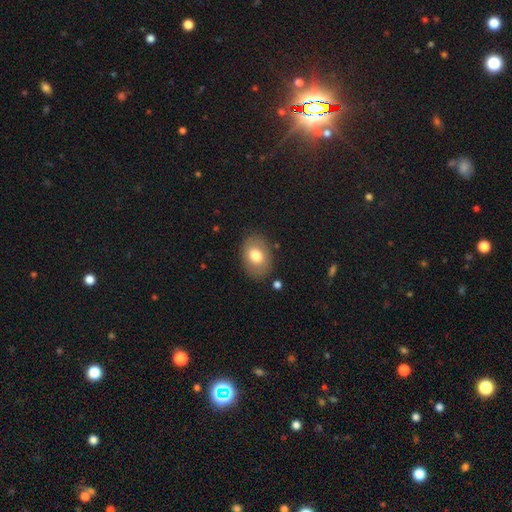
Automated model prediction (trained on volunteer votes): Smooth or featured: smooth — 77% (featured or disk — 15%)
How rounded: in between — 75% (round — 24%)
Merging: none — 85% (minor disturbance — 10%)